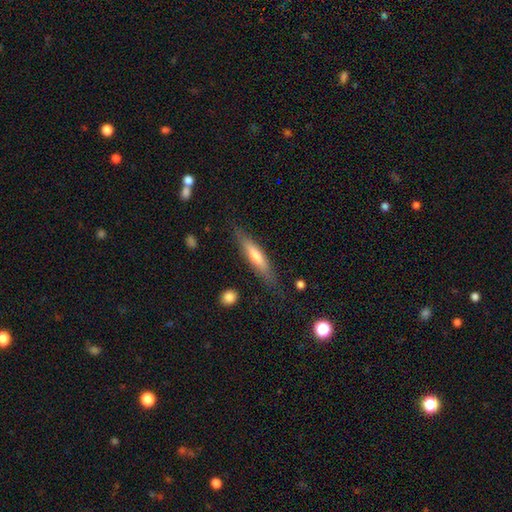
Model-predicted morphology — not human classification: Smooth or featured? smooth (52%)
How rounded? cigar-shaped (87%)
Merging? none (81%)